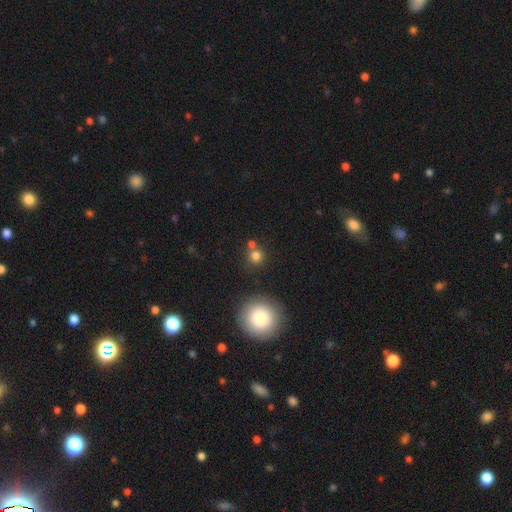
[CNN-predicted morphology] This is likely a smooth galaxy (77%). How rounded: clearly round (89%). Merging: likely none (63%).